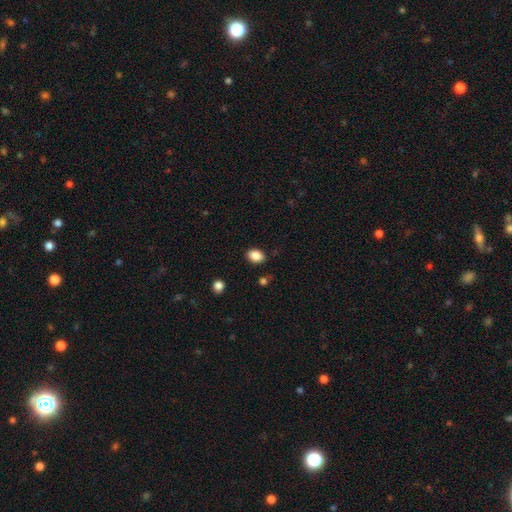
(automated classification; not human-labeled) The model was most divided on "how rounded": in between: 77%, round: 22%, cigar-shaped: 1%. More confident: smooth or featured — smooth (87%); merging — none (85%).